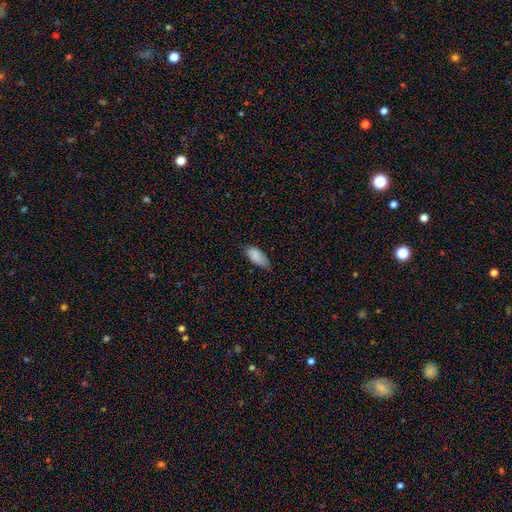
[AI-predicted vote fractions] smooth-or-featured: smooth: 86% | featured or disk: 7% | star or artifact: 7%
  how-rounded: in between: 91% | cigar-shaped: 7% | round: 2%
  merging: none: 61% | minor disturbance: 33% | major disturbance: 5% | merger: 1%